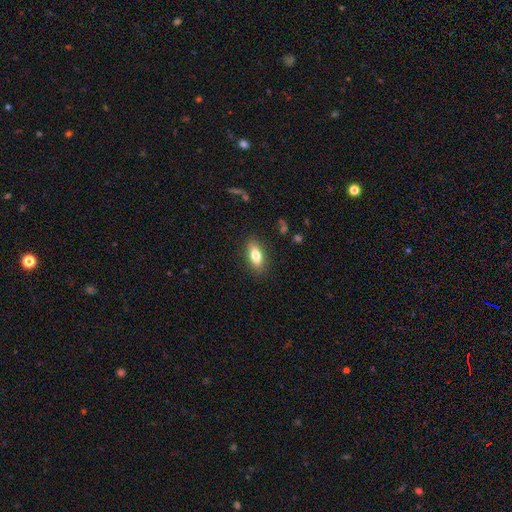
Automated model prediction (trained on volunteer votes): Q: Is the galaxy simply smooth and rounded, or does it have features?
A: smooth — 76%.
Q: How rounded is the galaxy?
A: in between — 79%.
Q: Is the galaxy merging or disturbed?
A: none — 86%.